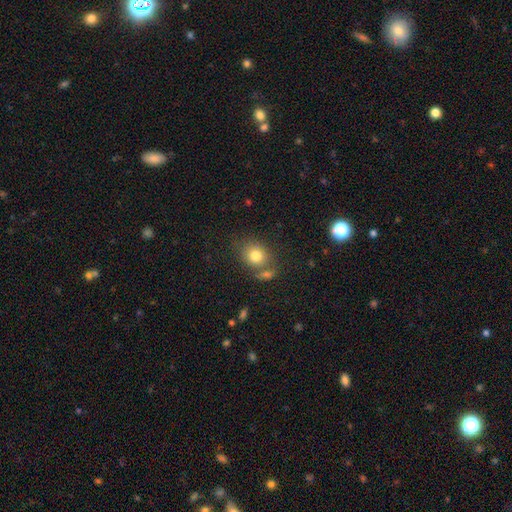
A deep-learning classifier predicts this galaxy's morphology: The model was most divided on "how rounded": round: 65%, in between: 34%, cigar-shaped: 1%. More confident: smooth or featured — smooth (79%); merging — none (61%).